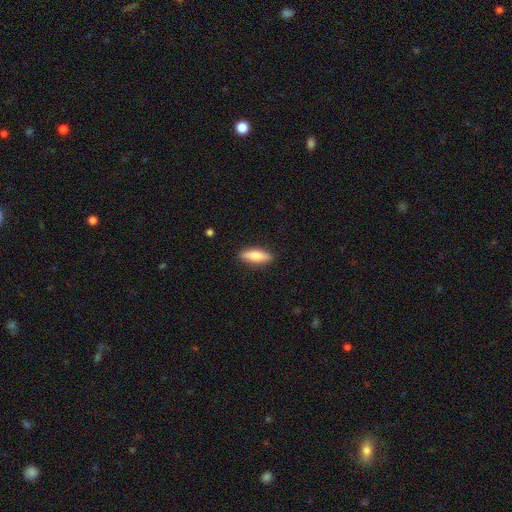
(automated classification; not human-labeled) Morphology: type=smooth (73%); roundness=cigar-shaped (50%); merging=none (89%).